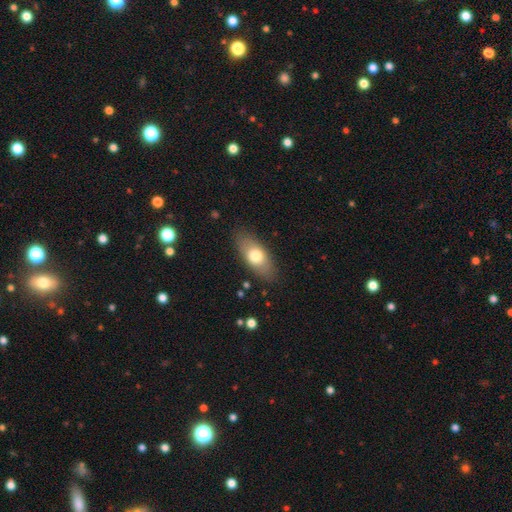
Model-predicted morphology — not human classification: smooth_or_featured: smooth (p=0.70) [alt: featured or disk p=0.24]
how_rounded: in between (p=0.83) [alt: cigar-shaped p=0.13]
merging: none (p=0.84) [alt: minor disturbance p=0.11]